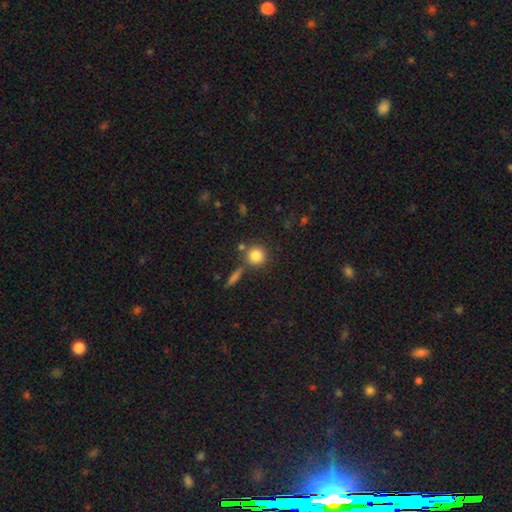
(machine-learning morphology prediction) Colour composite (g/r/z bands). It shows a smooth galaxy with no disk features (83%) that is round (90%). Merging: none (72%).